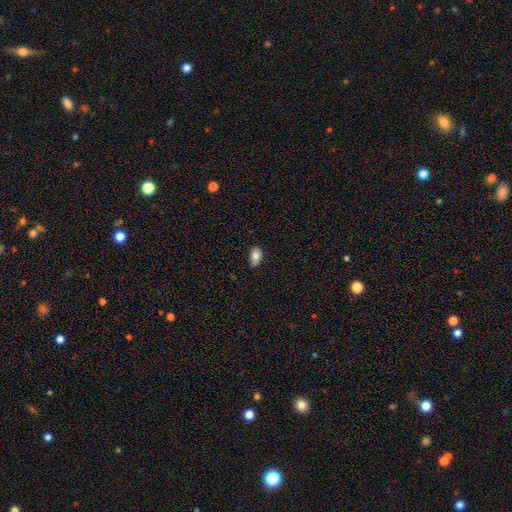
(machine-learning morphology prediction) Smooth or featured? smooth (80%)
How rounded? in between (91%)
Merging? none (81%)